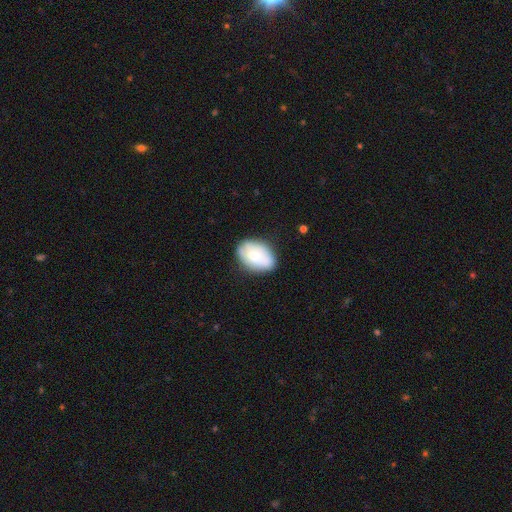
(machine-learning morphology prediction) Smooth or featured? smooth (70%)
How rounded? in between (84%)
Merging? none (70%)